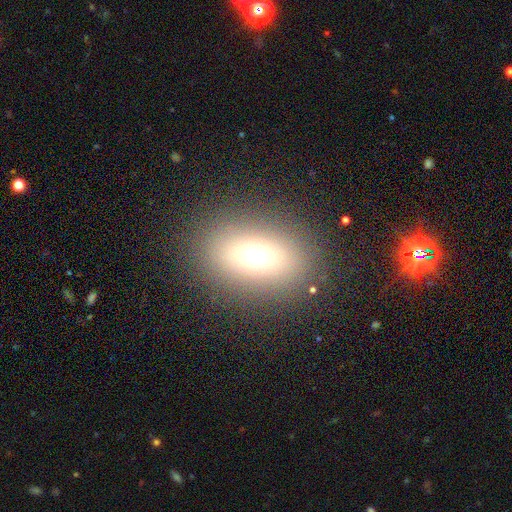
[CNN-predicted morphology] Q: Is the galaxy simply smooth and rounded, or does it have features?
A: smooth — 65%.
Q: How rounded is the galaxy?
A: in between — 66%.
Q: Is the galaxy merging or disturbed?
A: none — 85%.